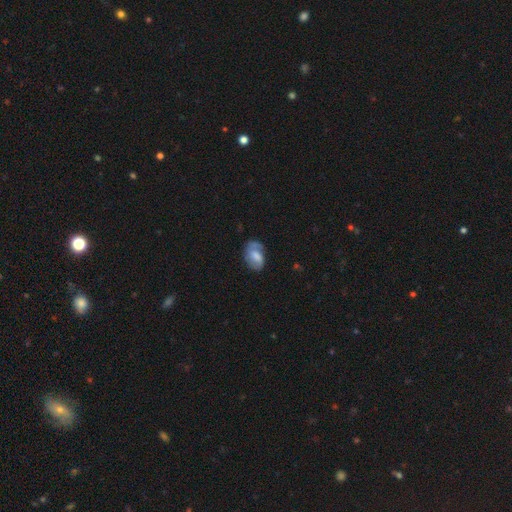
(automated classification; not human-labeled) This is possibly a smooth galaxy (52%). How rounded: clearly in between (87%). Merging: possibly none (53%).